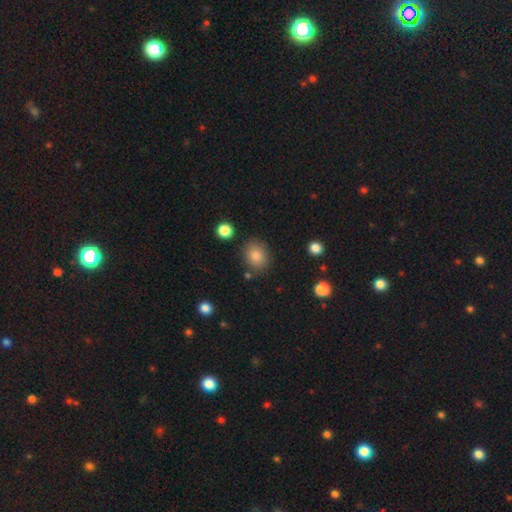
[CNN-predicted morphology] smooth_or_featured: smooth (p=0.83) [alt: star or artifact p=0.10]
how_rounded: round (p=0.59) [alt: in between p=0.40]
merging: none (p=0.82) [alt: minor disturbance p=0.11]